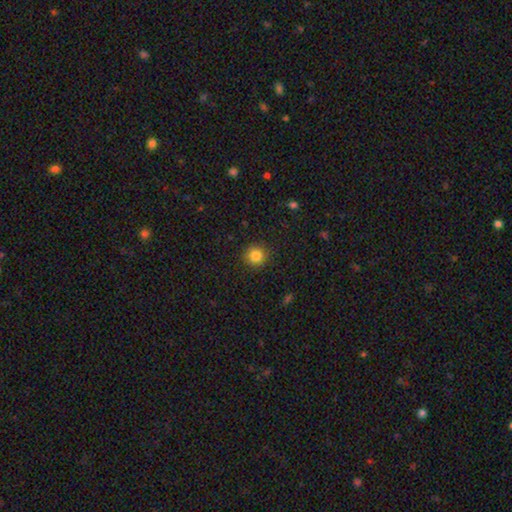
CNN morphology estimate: type=smooth (84%); roundness=round (94%); merging=none (91%).